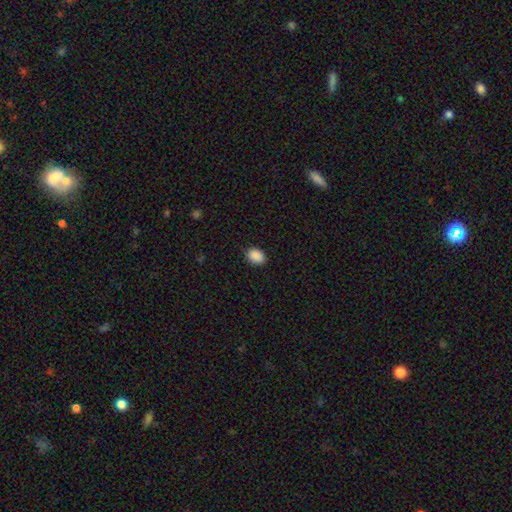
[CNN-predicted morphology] type=smooth (90%); roundness=in between (70%); merging=none (88%).